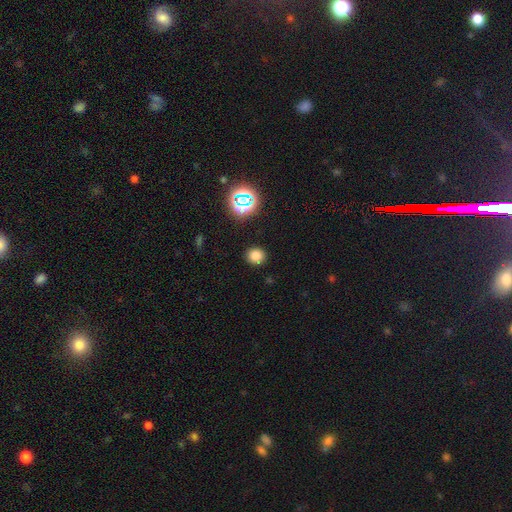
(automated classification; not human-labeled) Smooth or featured? Predicted: smooth (p=0.76). How rounded? Predicted: round (p=0.84). Merging? Predicted: none (p=0.89).